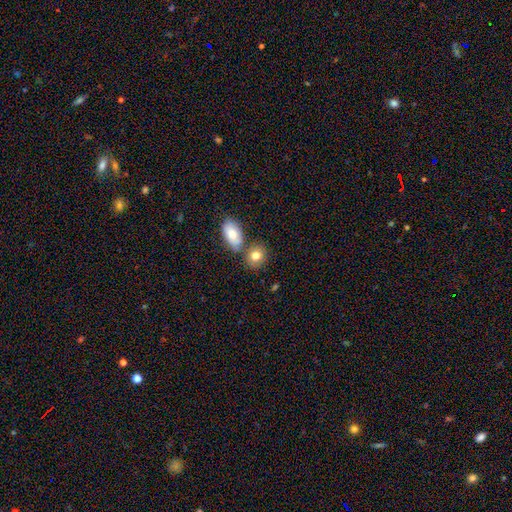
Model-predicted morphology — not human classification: Overall: smooth (80%). How rounded: in between (50%; round 48%). Merging: none (61%; merger 24%).